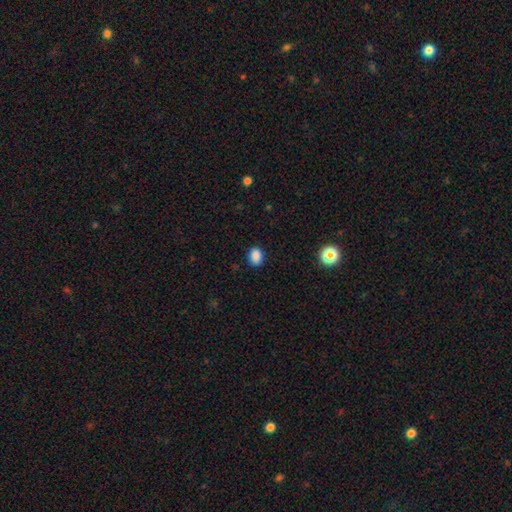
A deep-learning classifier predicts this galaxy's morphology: Smooth or featured: smooth — 87% (star or artifact — 10%)
How rounded: in between — 66% (round — 33%)
Merging: none — 85% (minor disturbance — 11%)